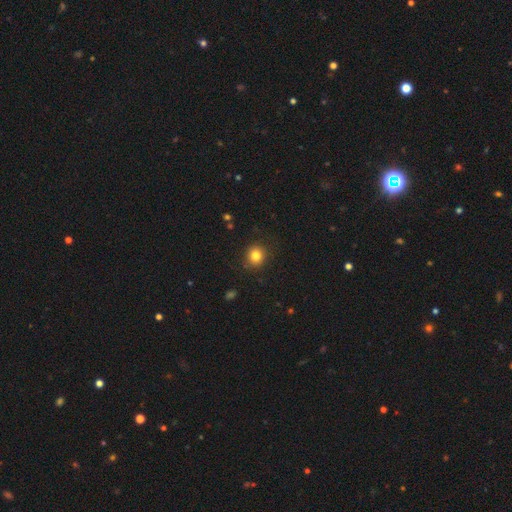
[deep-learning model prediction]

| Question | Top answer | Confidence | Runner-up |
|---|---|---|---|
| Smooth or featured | smooth | 82% | star or artifact (13%) |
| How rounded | round | 87% | in between (12%) |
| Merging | none | 88% | minor disturbance (9%) |